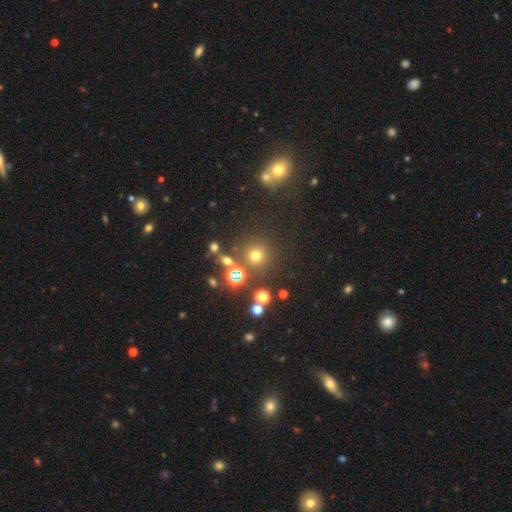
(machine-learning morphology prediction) smooth_or_featured: smooth (p=0.63) [alt: star or artifact p=0.29]
how_rounded: round (p=0.93) [alt: in between p=0.06]
merging: none (p=0.81) [alt: minor disturbance p=0.08]